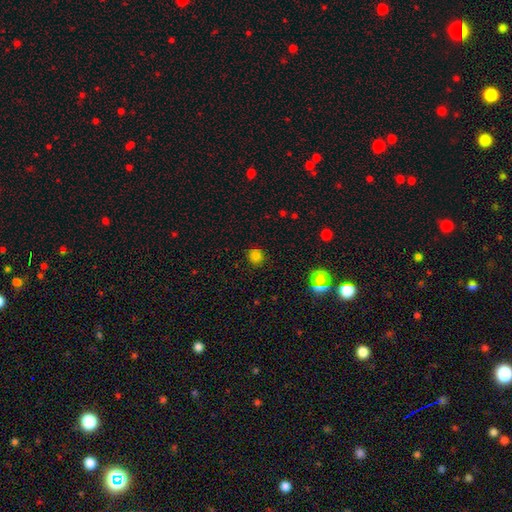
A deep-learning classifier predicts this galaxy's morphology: type=smooth (79%); roundness=round (89%); merging=none (88%).